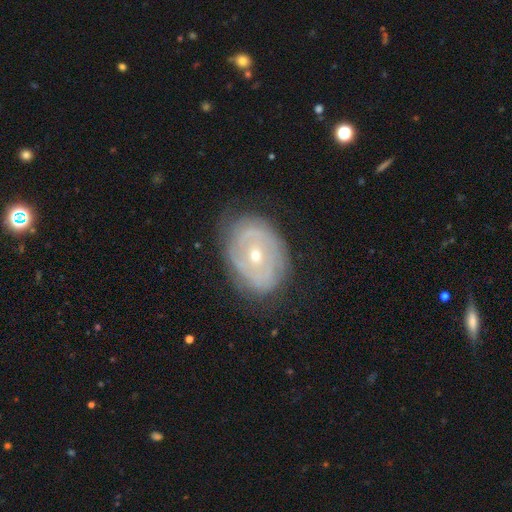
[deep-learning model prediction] Q: Smooth or featured?
A: featured or disk (76%); runner-up: smooth (18%)
Q: Edge-on disk?
A: no (96%); runner-up: yes (4%)
Q: Bar?
A: no (73%); runner-up: weak (21%)
Q: Spiral arms?
A: yes (72%); runner-up: no (28%)
Q: Spiral winding?
A: tight (69%); runner-up: medium (22%)
Q: Spiral arm count?
A: can't tell (46%); runner-up: 2 (32%)
Q: Bulge size?
A: small (65%); runner-up: moderate (33%)
Q: Merging?
A: none (71%); runner-up: minor disturbance (20%)